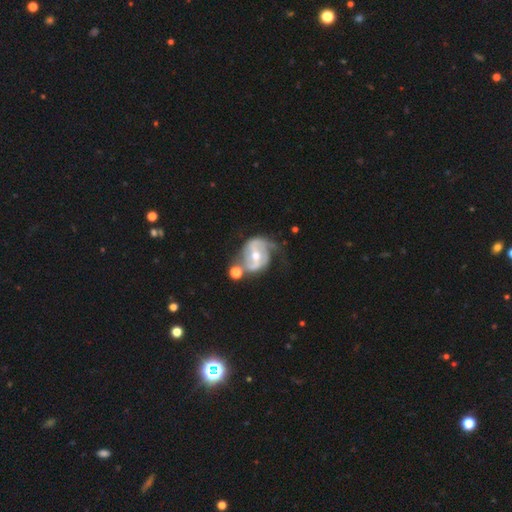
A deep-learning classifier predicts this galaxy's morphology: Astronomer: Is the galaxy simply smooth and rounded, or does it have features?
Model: featured or disk — 84%.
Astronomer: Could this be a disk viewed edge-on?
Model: no — 97%.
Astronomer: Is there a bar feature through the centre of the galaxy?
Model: strong — 39% (runner-up: weak, 38%).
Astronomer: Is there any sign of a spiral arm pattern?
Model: yes — 91%.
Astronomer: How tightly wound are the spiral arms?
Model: medium — 43% (runner-up: tight, 29%).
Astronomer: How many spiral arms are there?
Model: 2 — 79%.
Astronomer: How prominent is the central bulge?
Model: moderate — 63%.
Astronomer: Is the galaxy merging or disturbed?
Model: none — 44% (runner-up: minor disturbance, 22%).